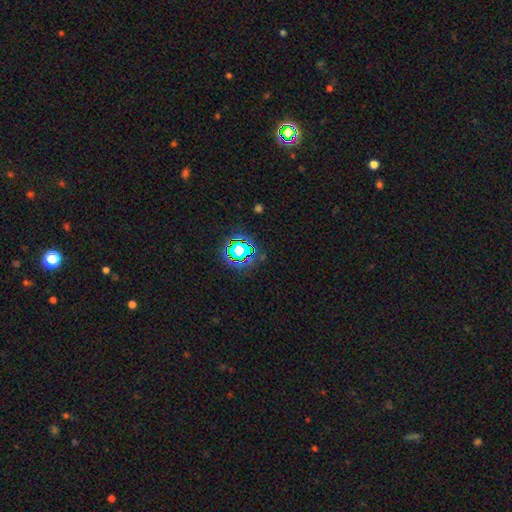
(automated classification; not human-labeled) Q: Smooth or featured?
A: star or artifact (79%); runner-up: smooth (13%)